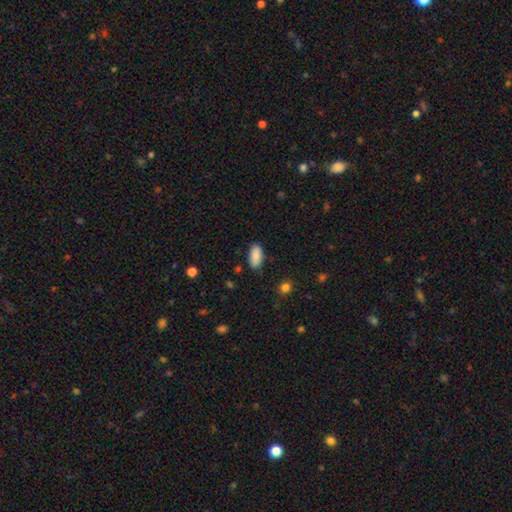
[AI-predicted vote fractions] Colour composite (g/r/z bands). It shows a smooth galaxy with no disk features (89%) that is in between round and cigar-shaped (91%). Merging: none (85%).